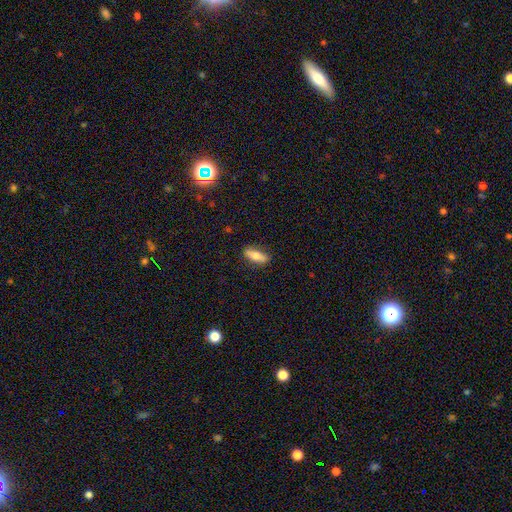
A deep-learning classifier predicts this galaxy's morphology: smooth-or-featured: smooth: 75% | featured or disk: 19% | star or artifact: 7%
  how-rounded: in between: 60% | cigar-shaped: 37% | round: 3%
  merging: none: 85% | minor disturbance: 12% | major disturbance: 2% | merger: 1%